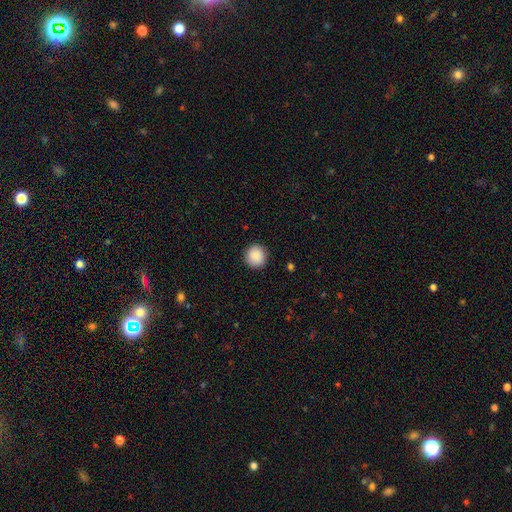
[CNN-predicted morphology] Smooth or featured?
  - smooth: 87% *
  - star or artifact: 8%
  - featured or disk: 4%
How rounded?
  - round: 94% *
  - in between: 5%
  - cigar-shaped: 1%
Merging?
  - none: 91% *
  - minor disturbance: 6%
  - major disturbance: 2%
  - merger: 1%